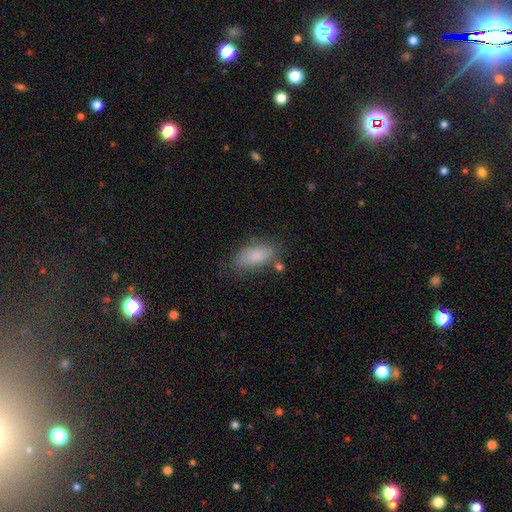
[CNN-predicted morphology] Smooth or featured? smooth (84%)
How rounded? in between (89%)
Merging? none (67%)